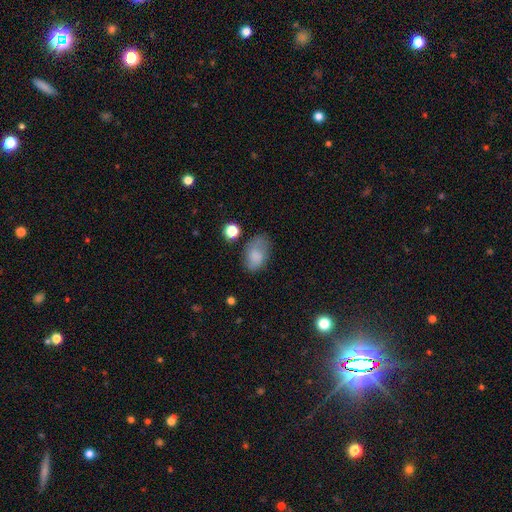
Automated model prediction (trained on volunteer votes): Q: Smooth or featured?
A: smooth (76%); runner-up: featured or disk (14%)
Q: How rounded?
A: in between (86%); runner-up: round (12%)
Q: Merging?
A: none (62%); runner-up: minor disturbance (26%)